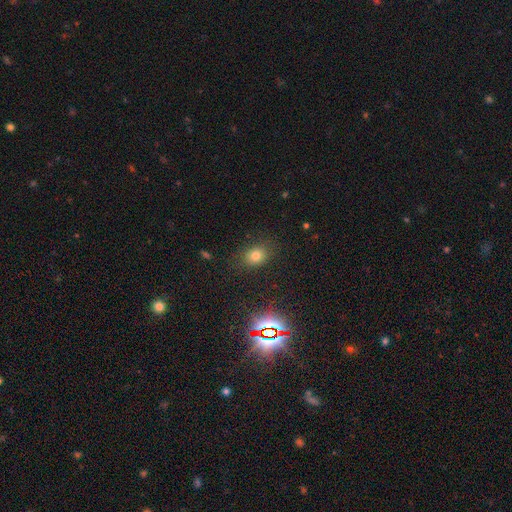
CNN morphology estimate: A smooth galaxy with no disk features (74%) that is in between round and cigar-shaped (56%). Merging: none (83%).